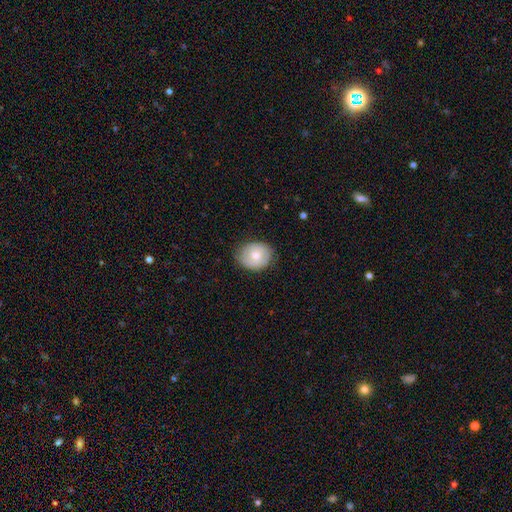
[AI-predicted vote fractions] Smooth or featured?
  - smooth: 60% *
  - featured or disk: 33%
  - star or artifact: 7%
How rounded?
  - round: 60% *
  - in between: 39%
  - cigar-shaped: 1%
Merging?
  - none: 79% *
  - minor disturbance: 17%
  - major disturbance: 4%
  - merger: 1%